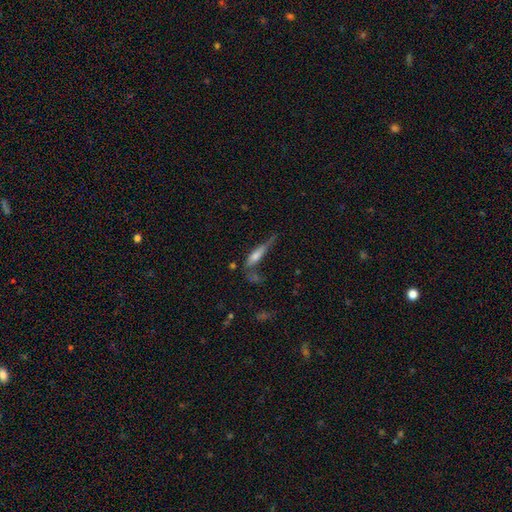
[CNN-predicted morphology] Smooth or featured: smooth — 54% (featured or disk — 36%)
How rounded: cigar-shaped — 74% (in between — 23%)
Merging: none — 36% (minor disturbance — 27%)